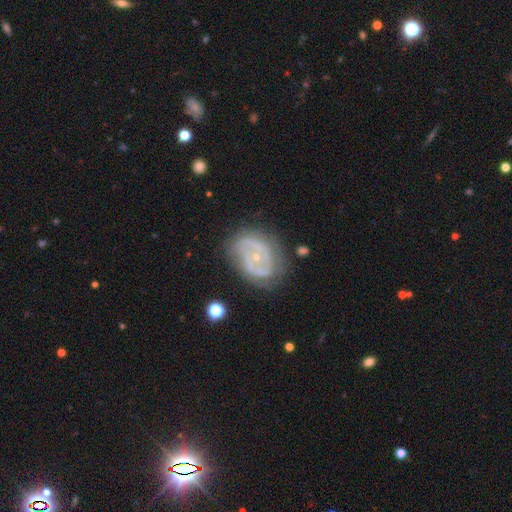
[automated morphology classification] This is likely a featured or disk galaxy (78%). It is clearly not viewed edge-on (97%). Bar: likely no (60%). Spiral arm pattern: likely yes (73%). Spiral arm count: possibly 2 (49%). Spiral winding: possibly tight (49%). Central bulge: likely small (73%). Merging: likely none (66%).